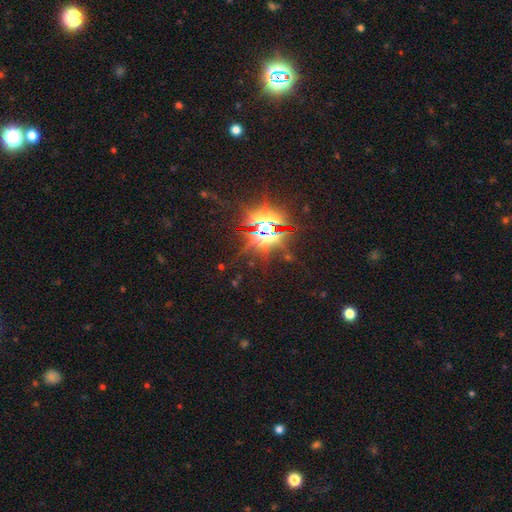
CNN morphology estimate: smooth-or-featured: star or artifact: 83% | smooth: 11% | featured or disk: 6%